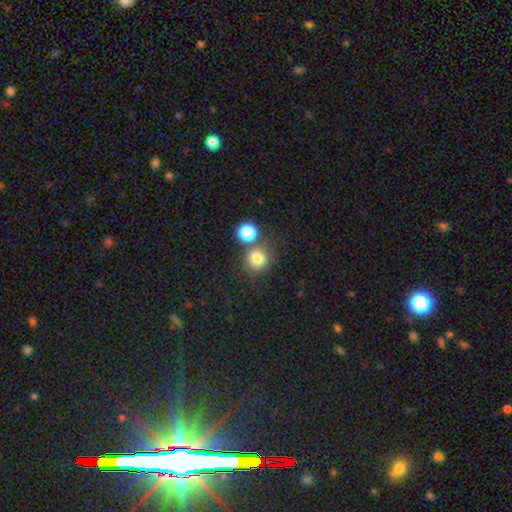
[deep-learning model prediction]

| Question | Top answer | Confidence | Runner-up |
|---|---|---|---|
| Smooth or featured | smooth | 78% | star or artifact (17%) |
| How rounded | round | 91% | in between (8%) |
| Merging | none | 74% | merger (16%) |